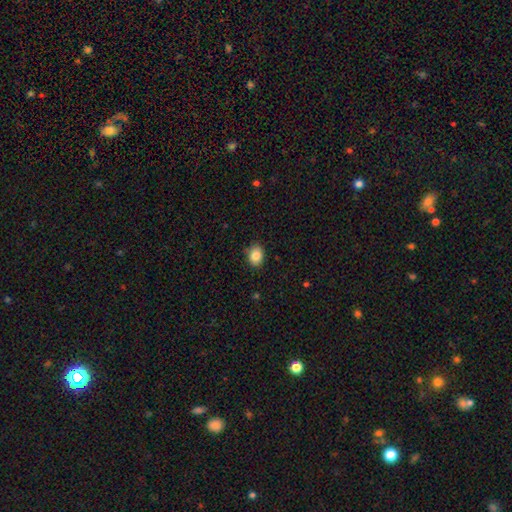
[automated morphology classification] A smooth galaxy with no disk features (85%) that is in between round and cigar-shaped (66%). Merging: none (85%).